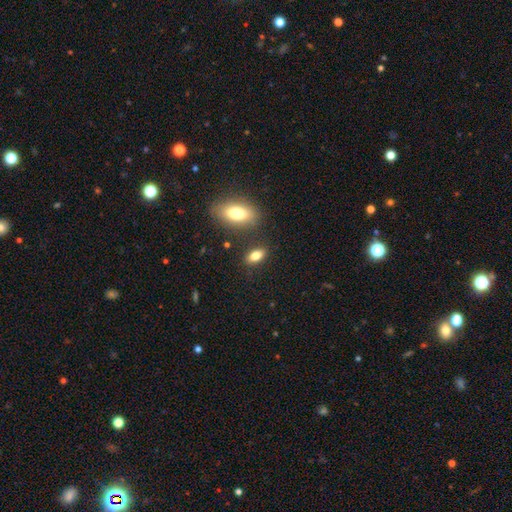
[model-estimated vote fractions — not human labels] Smooth or featured? smooth (80%)
How rounded? in between (86%)
Merging? none (81%)